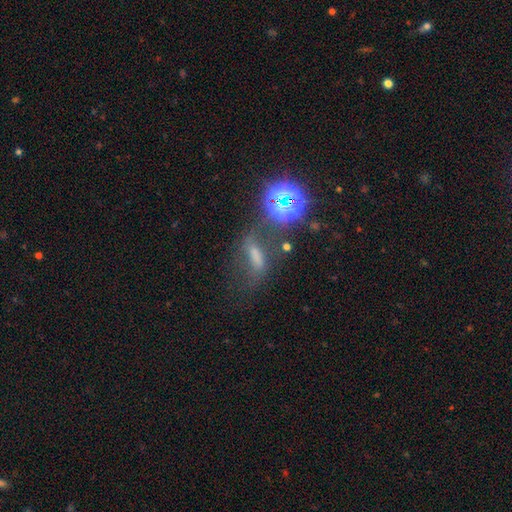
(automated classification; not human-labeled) smooth 48%, star or artifact 28%, featured or disk 23%. Down the decision tree: merging — none (46%).